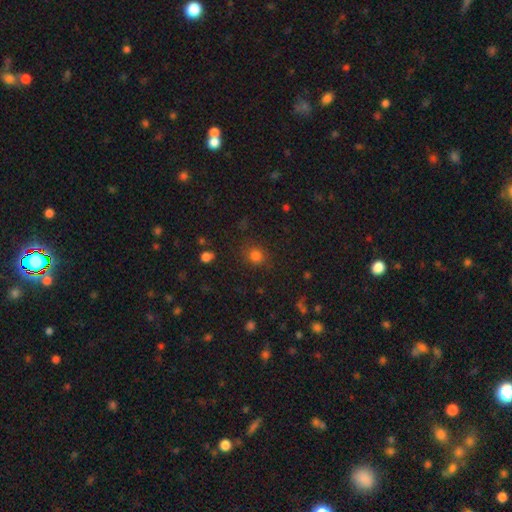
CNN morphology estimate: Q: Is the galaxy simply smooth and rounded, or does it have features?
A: smooth — 79%.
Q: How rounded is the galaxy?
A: round — 80%.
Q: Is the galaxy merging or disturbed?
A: none — 81%.